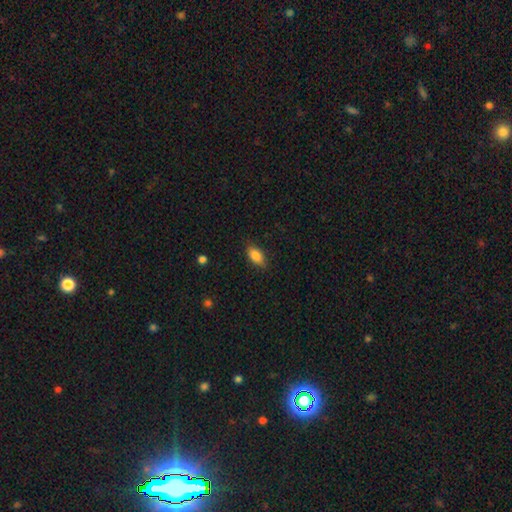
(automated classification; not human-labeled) The model was most divided on "merging": none: 84%, minor disturbance: 12%, major disturbance: 3%, merger: 1%. More confident: how rounded — in between (89%); smooth or featured — smooth (84%).